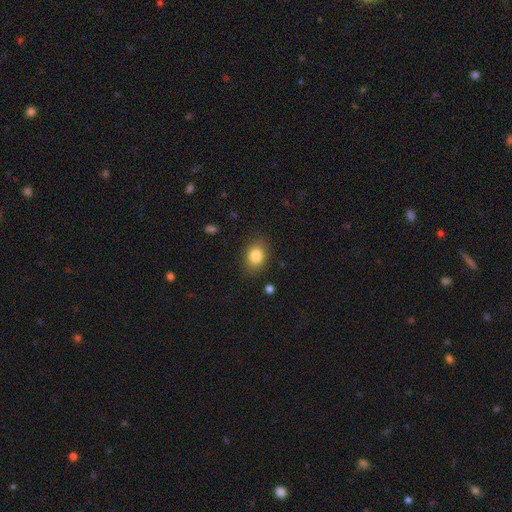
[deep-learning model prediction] smooth-or-featured: smooth: 83% | star or artifact: 9% | featured or disk: 8%
  how-rounded: in between: 63% | round: 36% | cigar-shaped: 1%
  merging: none: 84% | minor disturbance: 12% | major disturbance: 3% | merger: 1%